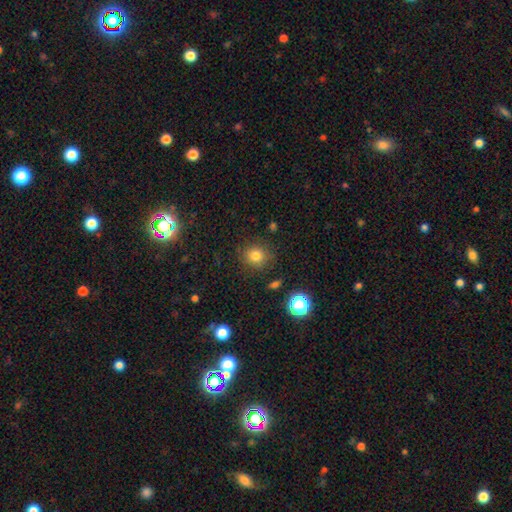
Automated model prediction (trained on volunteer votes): Q: Smooth or featured?
A: smooth (79%); runner-up: star or artifact (14%)
Q: How rounded?
A: round (85%); runner-up: in between (14%)
Q: Merging?
A: none (84%); runner-up: minor disturbance (10%)